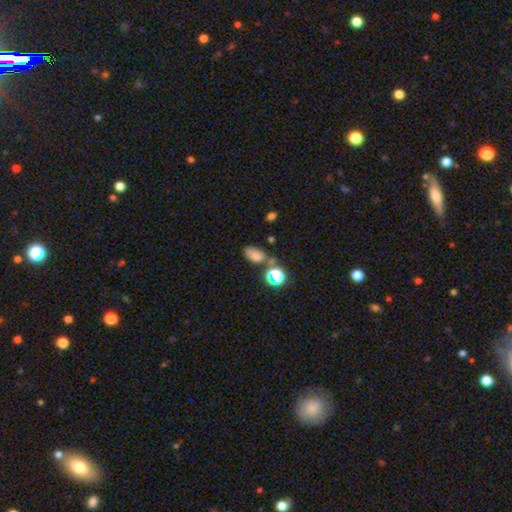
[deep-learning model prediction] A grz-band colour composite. It shows a smooth galaxy with no disk features (73%) that is in between round and cigar-shaped (86%). Merging: none (59%).